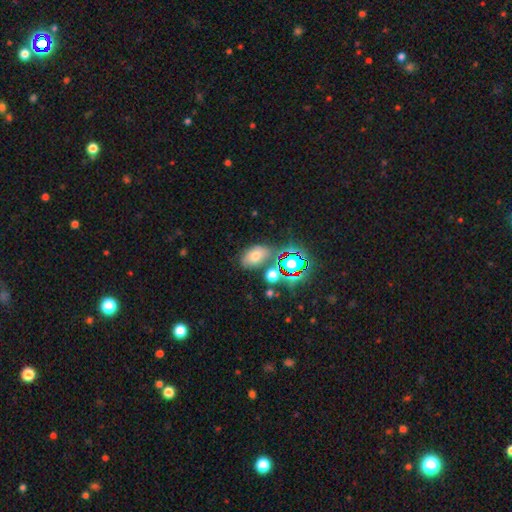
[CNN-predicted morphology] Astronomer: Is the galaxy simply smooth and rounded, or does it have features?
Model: smooth — 59%.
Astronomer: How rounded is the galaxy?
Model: in between — 83%.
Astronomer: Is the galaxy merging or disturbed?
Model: none — 62%.